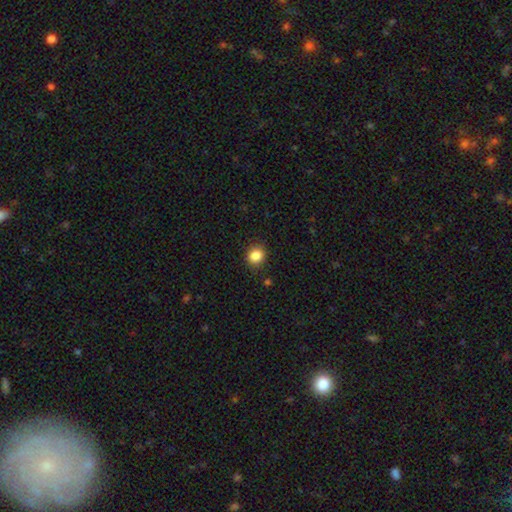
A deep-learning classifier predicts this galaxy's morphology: A smooth galaxy with no disk features (85%) that is round (72%). Merging: none (86%).